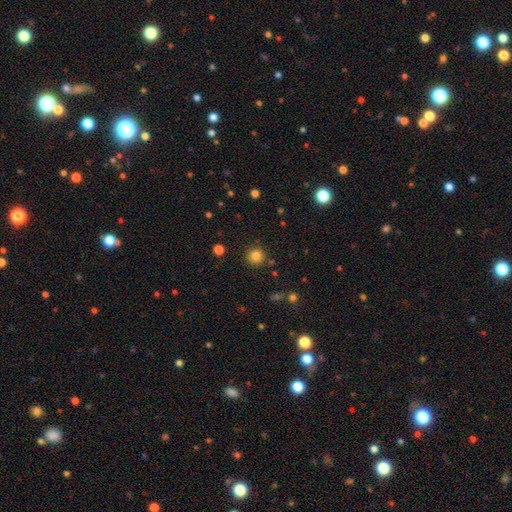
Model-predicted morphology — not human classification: The model was most divided on "smooth or featured": smooth: 82%, star or artifact: 13%, featured or disk: 5%. More confident: how rounded — round (94%); merging — none (87%).